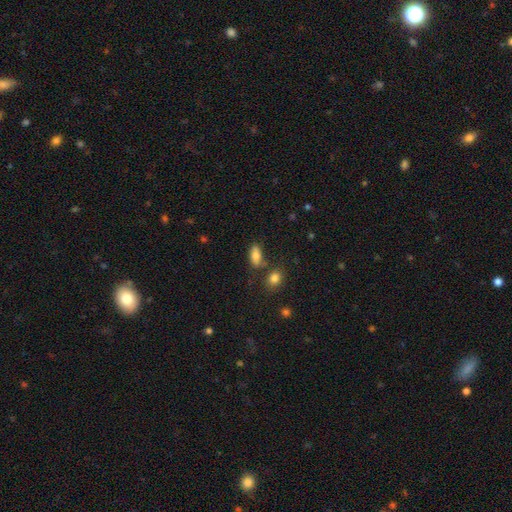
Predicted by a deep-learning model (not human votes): Smooth or featured: smooth — 81% (featured or disk — 10%)
How rounded: in between — 87% (cigar-shaped — 9%)
Merging: none — 70% (minor disturbance — 15%)